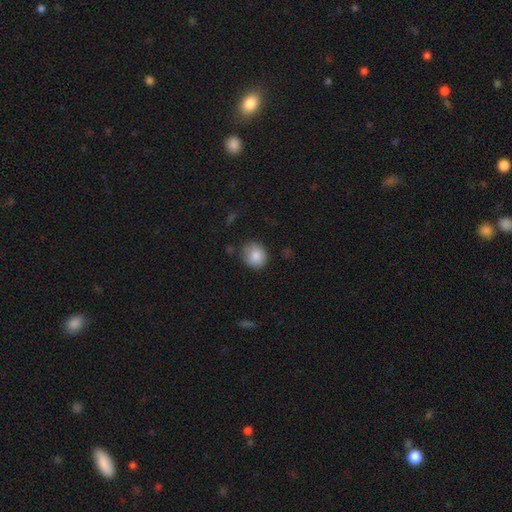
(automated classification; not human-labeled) Smooth or featured: smooth — 86% (star or artifact — 8%)
How rounded: round — 79% (in between — 20%)
Merging: none — 79% (minor disturbance — 16%)